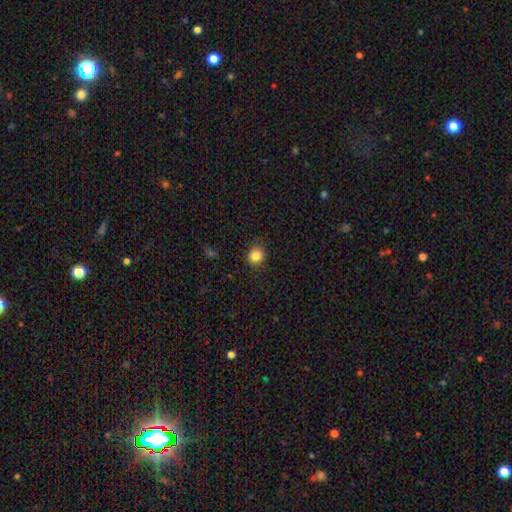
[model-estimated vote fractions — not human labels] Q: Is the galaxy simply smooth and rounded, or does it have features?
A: smooth — 84%.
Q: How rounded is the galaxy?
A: round — 74%.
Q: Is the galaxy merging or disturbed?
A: none — 86%.